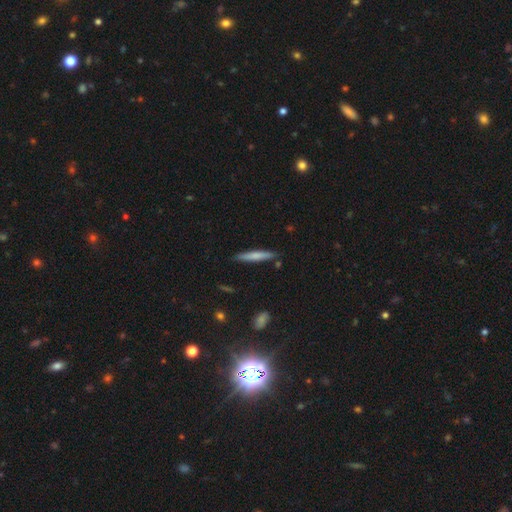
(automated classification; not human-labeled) This is likely a smooth galaxy (70%). How rounded: clearly cigar-shaped (94%). Merging: clearly none (87%).